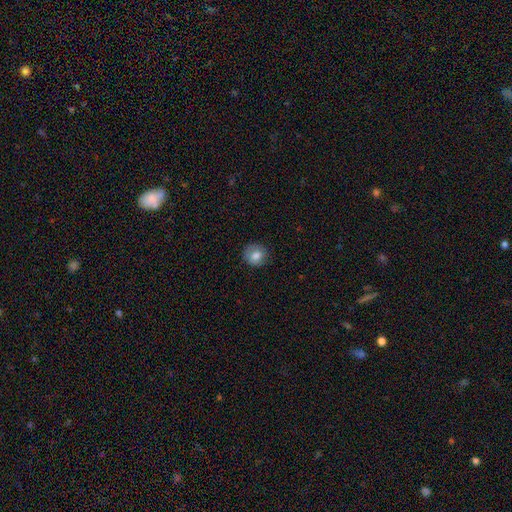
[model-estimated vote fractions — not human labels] smooth-or-featured: smooth: 80% | featured or disk: 11% | star or artifact: 9%
  how-rounded: round: 84% | in between: 15% | cigar-shaped: 1%
  merging: none: 81% | minor disturbance: 14% | major disturbance: 3% | merger: 1%